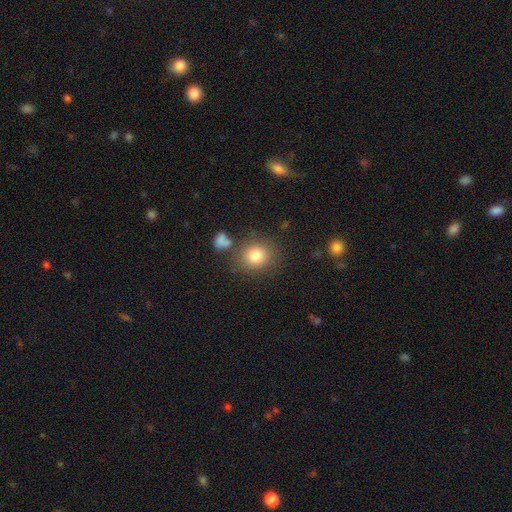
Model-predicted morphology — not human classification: Smooth or featured? Predicted: smooth (p=0.81). How rounded? Predicted: round (p=0.76). Merging? Predicted: none (p=0.76).